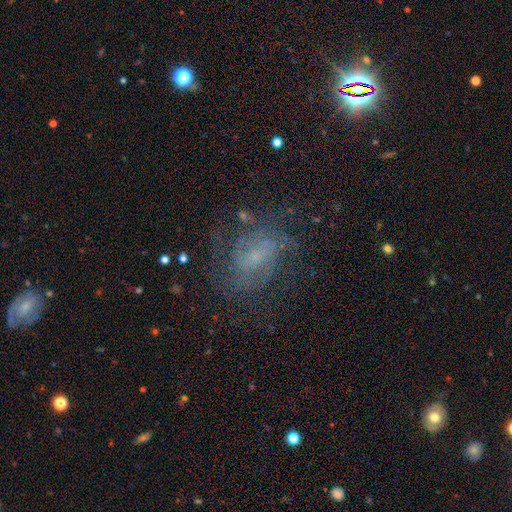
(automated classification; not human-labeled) Smooth or featured? Predicted: featured or disk (p=0.64). Edge-on disk? Predicted: no (p=0.96). Bar? Predicted: no (p=0.48). Spiral arms? Predicted: yes (p=0.80). Bulge size? Predicted: small (p=0.60). Merging? Predicted: none (p=0.65).